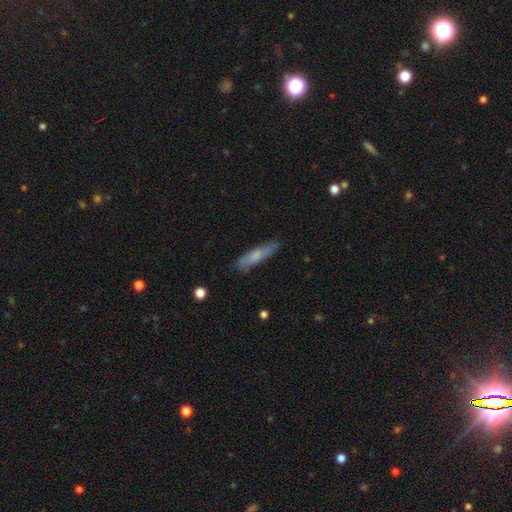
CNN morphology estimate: Smooth or featured?
  - smooth: 68% *
  - featured or disk: 26%
  - star or artifact: 6%
How rounded?
  - cigar-shaped: 80% *
  - in between: 19%
  - round: 2%
Merging?
  - none: 82% *
  - minor disturbance: 14%
  - major disturbance: 3%
  - merger: 1%